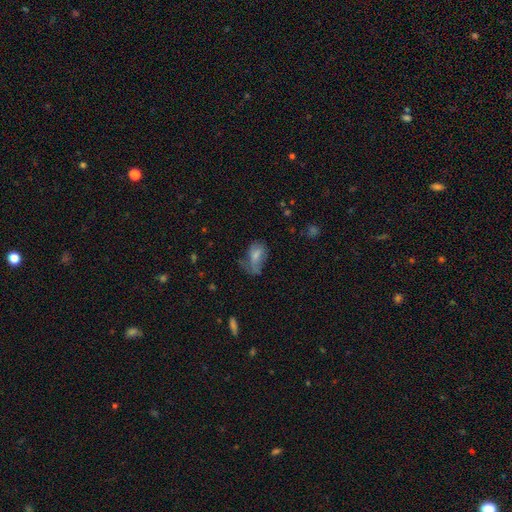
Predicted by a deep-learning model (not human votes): Overall: smooth (66%). How rounded: in between (88%). Merging: major disturbance (36%; minor disturbance 31%).